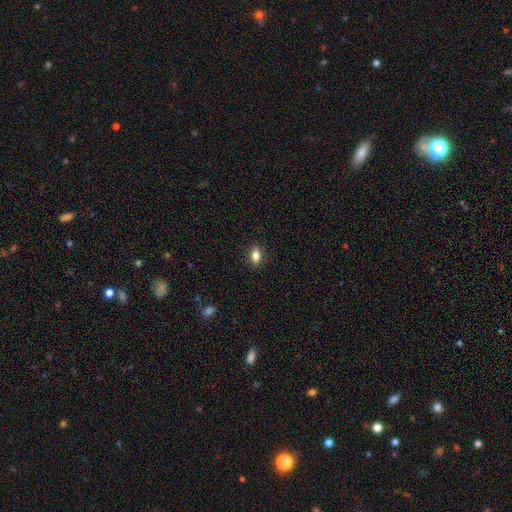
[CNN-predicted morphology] Smooth or featured: smooth — 81% (featured or disk — 10%)
How rounded: in between — 82% (round — 11%)
Merging: none — 87% (minor disturbance — 10%)